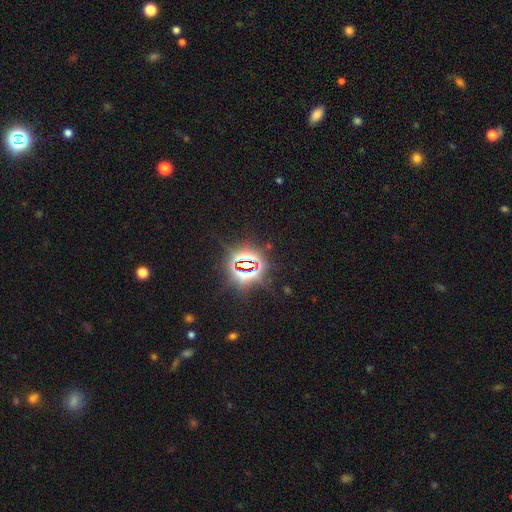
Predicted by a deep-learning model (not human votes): star or artifact 82%, smooth 11%, featured or disk 7%.